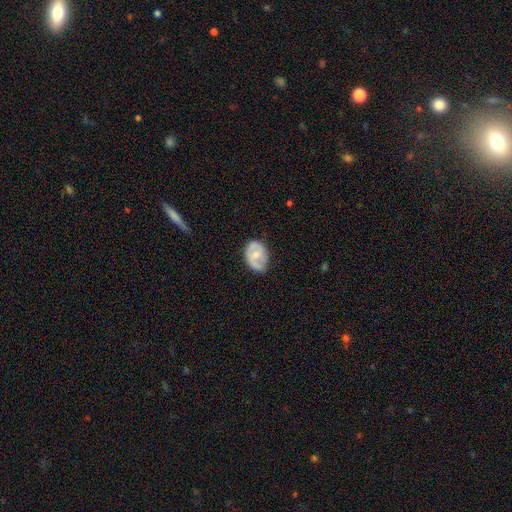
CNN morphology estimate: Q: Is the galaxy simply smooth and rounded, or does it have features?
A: featured or disk — 48%.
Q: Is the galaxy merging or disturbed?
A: none — 54%.